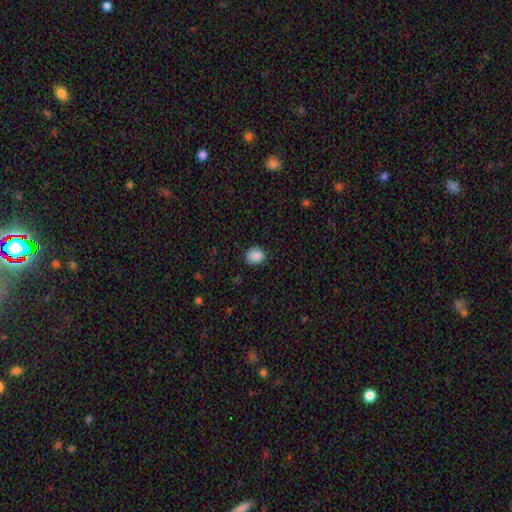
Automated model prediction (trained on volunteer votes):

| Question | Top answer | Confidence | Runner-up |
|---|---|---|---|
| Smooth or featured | smooth | 88% | star or artifact (9%) |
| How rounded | round | 66% | in between (33%) |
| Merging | none | 84% | minor disturbance (12%) |